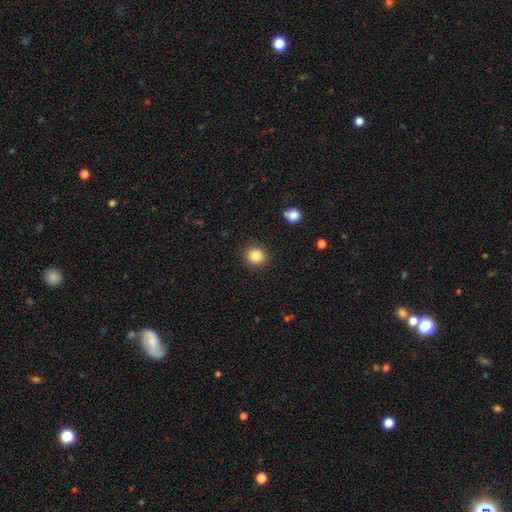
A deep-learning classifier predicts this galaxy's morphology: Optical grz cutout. It shows a smooth galaxy with no disk features (85%) that is round (84%). Merging: none (90%).